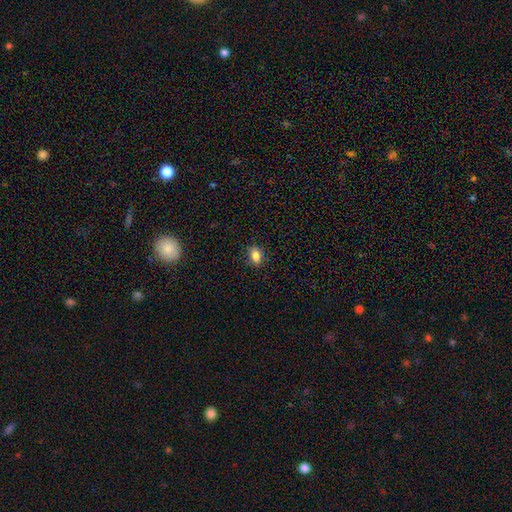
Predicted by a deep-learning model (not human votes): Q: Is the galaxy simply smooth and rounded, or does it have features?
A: smooth — 83%.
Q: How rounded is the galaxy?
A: in between — 74%.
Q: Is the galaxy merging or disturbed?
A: none — 85%.